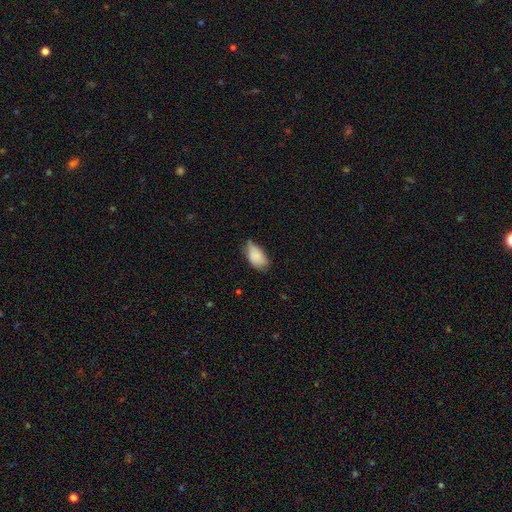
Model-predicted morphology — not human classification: Overall: smooth (84%). How rounded: in between (94%). Merging: minor disturbance (47%; none 41%).